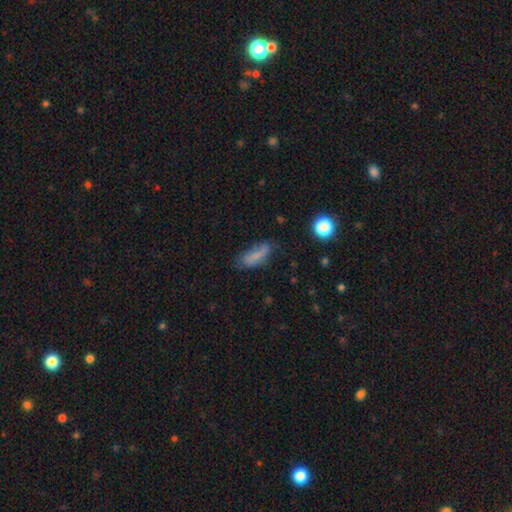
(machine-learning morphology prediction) A smooth galaxy with no disk features (76%) that is in between round and cigar-shaped (66%). Merging: none (60%).